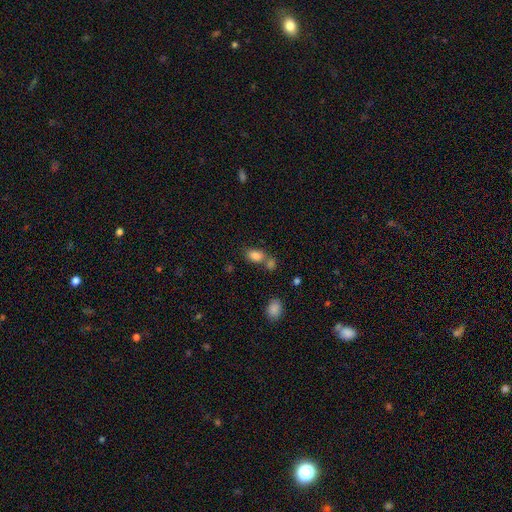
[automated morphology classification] smooth 83%, star or artifact 10%, featured or disk 7%. Down the decision tree: how rounded — in between (83%); merging — none (46%).